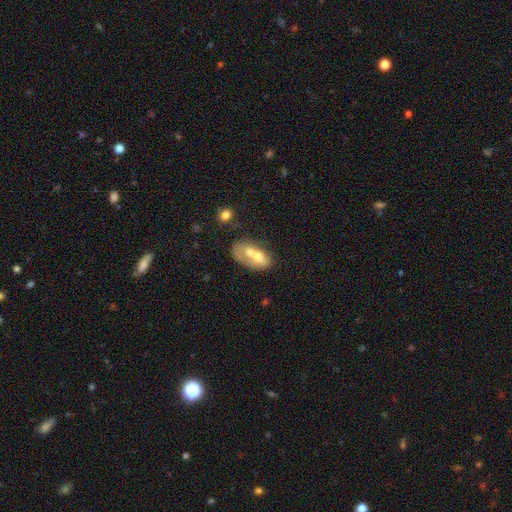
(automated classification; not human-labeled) This is possibly a smooth galaxy (55%). How rounded: clearly in between (83%). Merging: likely merger (67%).